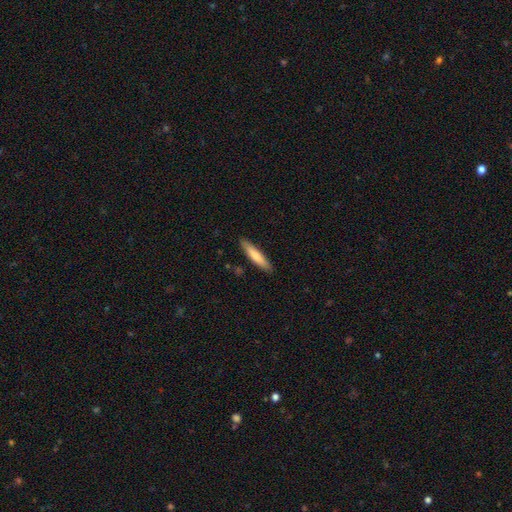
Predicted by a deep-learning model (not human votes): The model was most divided on "smooth or featured": smooth: 77%, featured or disk: 18%, star or artifact: 5%. More confident: how rounded — cigar-shaped (89%); merging — none (89%).